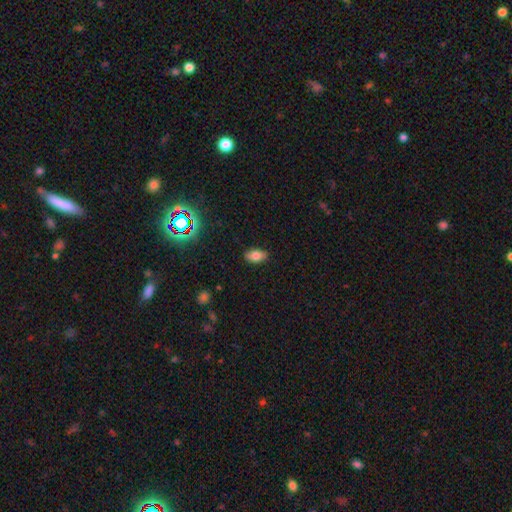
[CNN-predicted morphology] type=smooth (77%); roundness=in between (90%); merging=none (85%).